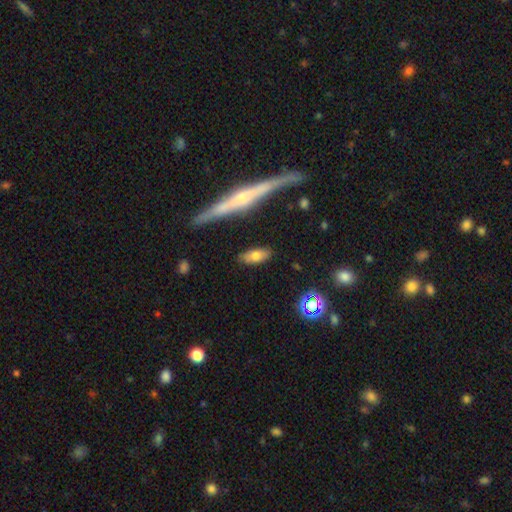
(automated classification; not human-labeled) smooth_or_featured: smooth (p=0.70) [alt: featured or disk p=0.22]
how_rounded: in between (p=0.81) [alt: cigar-shaped p=0.15]
merging: none (p=0.82) [alt: minor disturbance p=0.13]